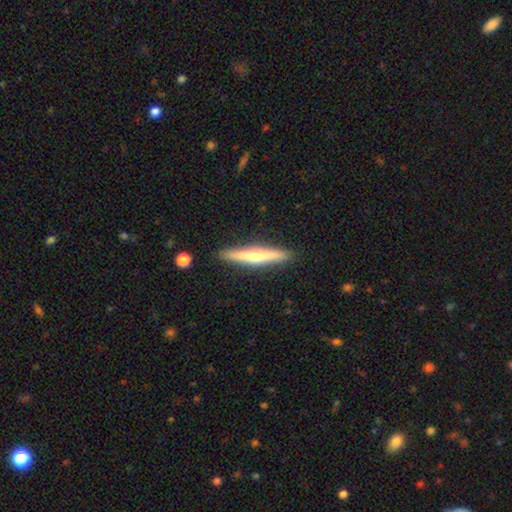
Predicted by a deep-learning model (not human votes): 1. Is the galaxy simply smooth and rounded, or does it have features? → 48% featured or disk, 47% smooth, 6% star or artifact.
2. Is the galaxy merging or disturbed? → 90% none, 7% minor disturbance, 2% major disturbance, 1% merger.